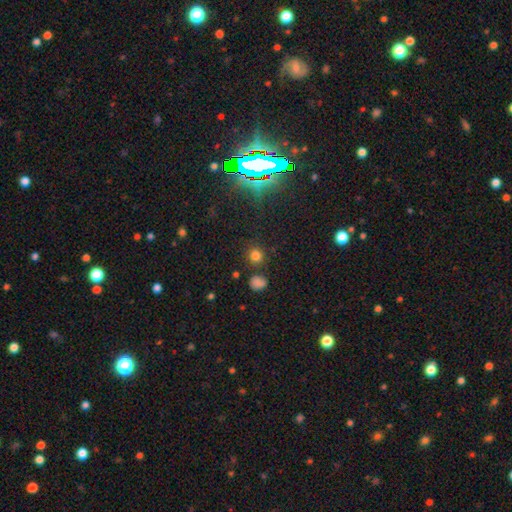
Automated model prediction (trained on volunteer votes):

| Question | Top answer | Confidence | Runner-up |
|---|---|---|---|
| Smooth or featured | smooth | 76% | star or artifact (18%) |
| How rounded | round | 89% | in between (9%) |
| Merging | none | 83% | minor disturbance (8%) |